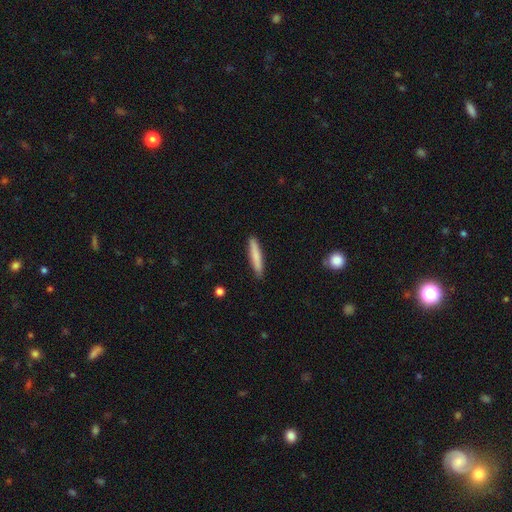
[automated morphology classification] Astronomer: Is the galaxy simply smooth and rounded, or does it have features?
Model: smooth — 79%.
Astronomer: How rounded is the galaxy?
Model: cigar-shaped — 93%.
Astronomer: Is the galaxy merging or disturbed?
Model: none — 89%.